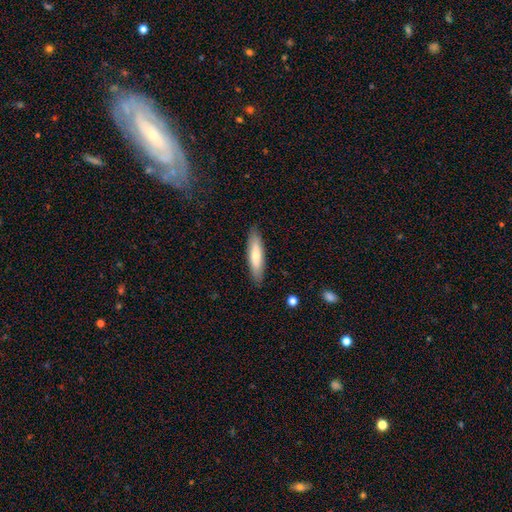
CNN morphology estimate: smooth-or-featured: smooth: 70% | featured or disk: 24% | star or artifact: 6%
  how-rounded: cigar-shaped: 74% | in between: 25% | round: 1%
  merging: none: 88% | minor disturbance: 9% | major disturbance: 2% | merger: 1%